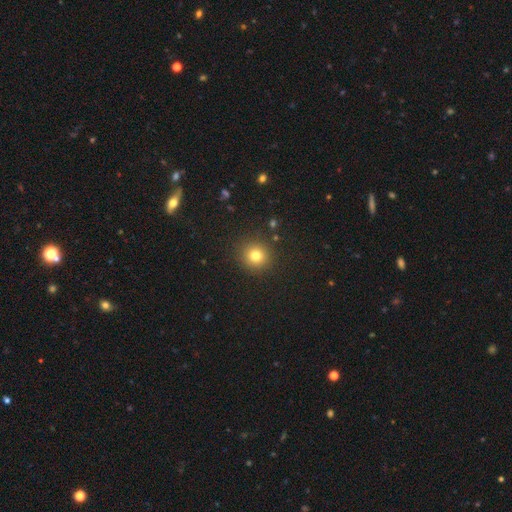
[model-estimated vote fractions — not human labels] The model was most divided on "smooth or featured": smooth: 78%, star or artifact: 15%, featured or disk: 7%. More confident: how rounded — round (93%); merging — none (90%).